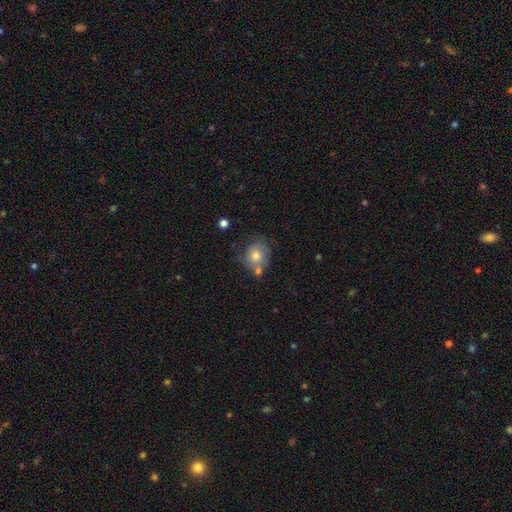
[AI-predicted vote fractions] smooth 70%, featured or disk 21%, star or artifact 9%. Down the decision tree: how rounded — round (68%); merging — none (49%).